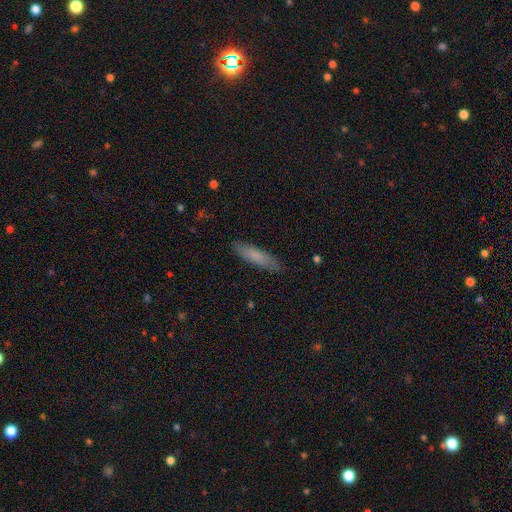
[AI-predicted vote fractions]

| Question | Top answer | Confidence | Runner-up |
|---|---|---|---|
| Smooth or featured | smooth | 77% | featured or disk (17%) |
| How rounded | cigar-shaped | 72% | in between (26%) |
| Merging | none | 84% | minor disturbance (12%) |